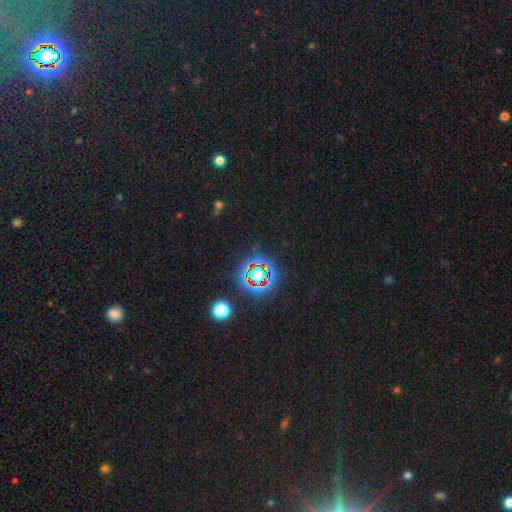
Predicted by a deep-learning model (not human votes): star or artifact 78%, smooth 14%, featured or disk 8%.